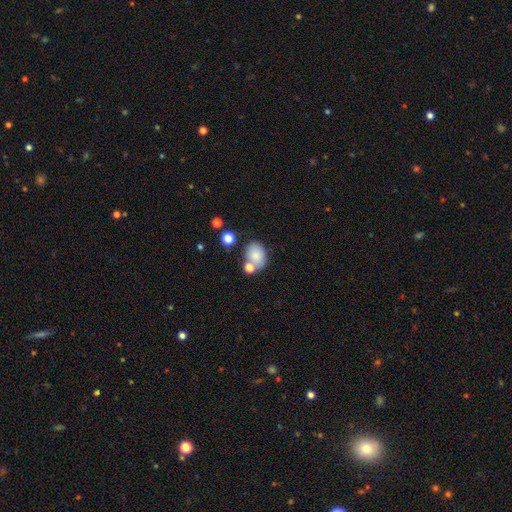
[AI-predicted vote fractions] Smooth or featured?
  - smooth: 82% *
  - star or artifact: 9%
  - featured or disk: 9%
How rounded?
  - in between: 69% *
  - round: 30%
  - cigar-shaped: 1%
Merging?
  - none: 57% *
  - merger: 22%
  - minor disturbance: 15%
  - major disturbance: 5%